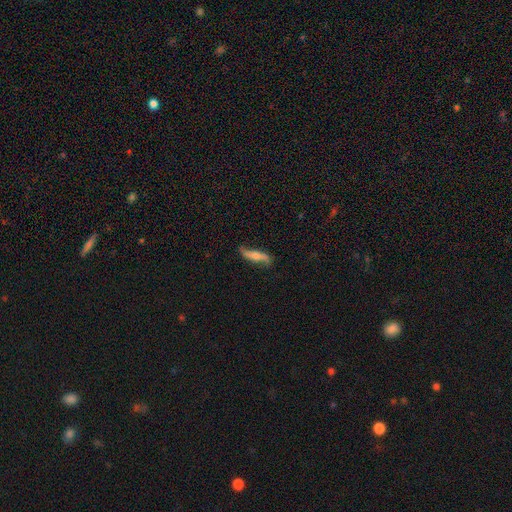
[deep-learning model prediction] featured or disk 65%, smooth 29%, star or artifact 6%. Down the decision tree: edge-on disk — no (63%); merging — none (74%).